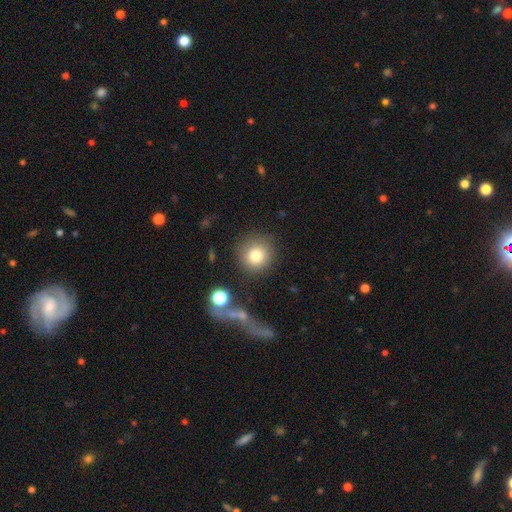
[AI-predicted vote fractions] This appears to be a smooth galaxy with no disk features (79%) that is round (93%). Merging: none (84%).